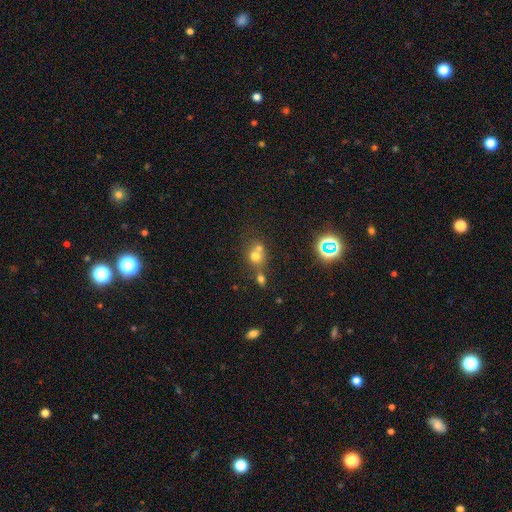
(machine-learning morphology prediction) This is likely a smooth galaxy (63%). How rounded: likely round (78%). Merging: possibly merger (51%).